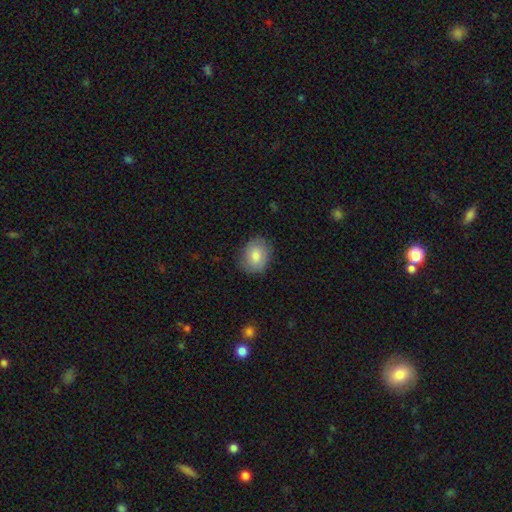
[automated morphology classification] smooth_or_featured: smooth (p=0.75) [alt: featured or disk p=0.18]
how_rounded: round (p=0.50) [alt: in between p=0.49]
merging: none (p=0.80) [alt: minor disturbance p=0.15]